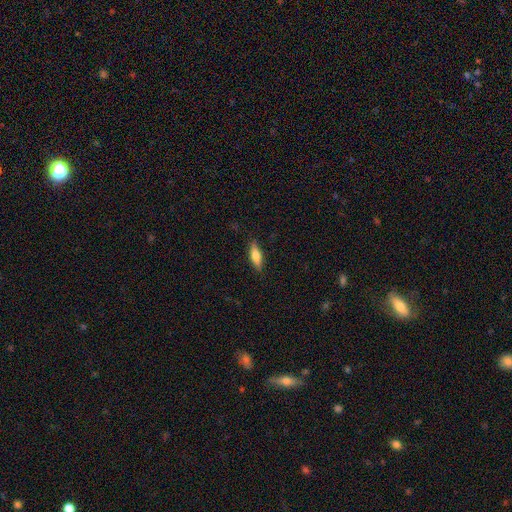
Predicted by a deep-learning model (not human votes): The model was most divided on "how rounded": in between: 50%, cigar-shaped: 48%, round: 2%. More confident: merging — none (86%); smooth or featured — smooth (69%).